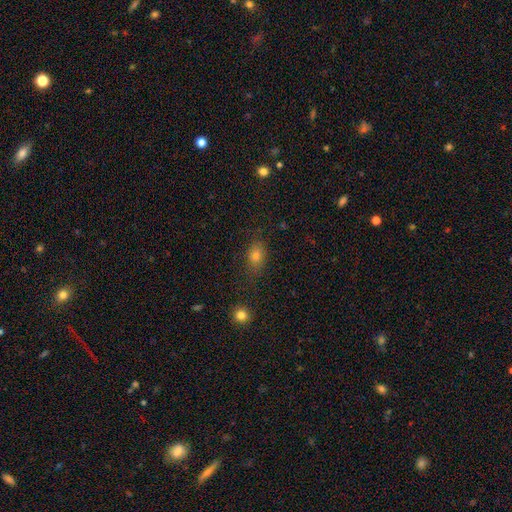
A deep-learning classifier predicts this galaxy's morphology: This appears to be a smooth galaxy with no disk features (74%) that is in between round and cigar-shaped (71%). Merging: none (78%).